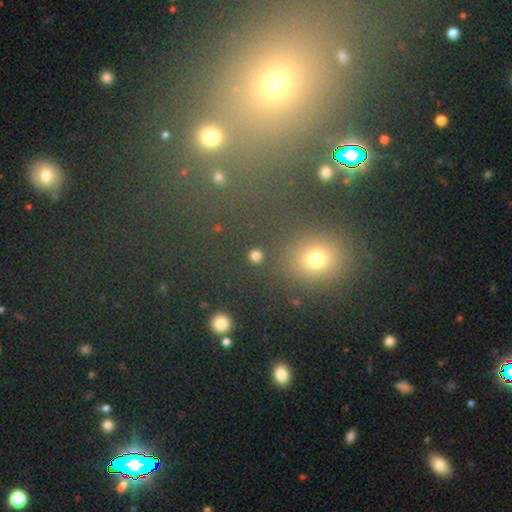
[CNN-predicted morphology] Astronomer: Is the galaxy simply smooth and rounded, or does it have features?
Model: smooth — 78%.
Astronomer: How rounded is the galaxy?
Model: round — 91%.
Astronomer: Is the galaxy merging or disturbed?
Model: none — 89%.